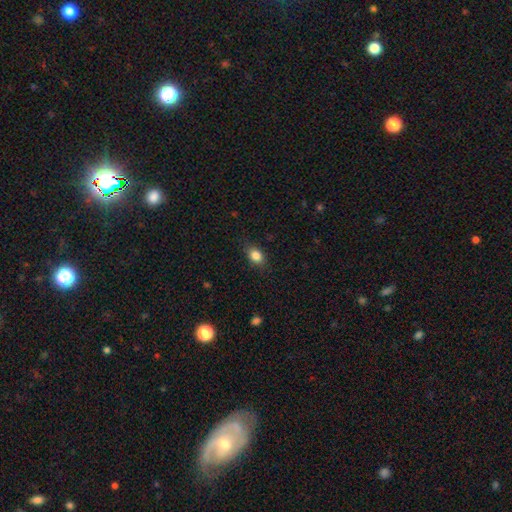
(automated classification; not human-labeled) This is clearly a smooth galaxy (84%). How rounded: likely in between (74%). Merging: clearly none (83%).